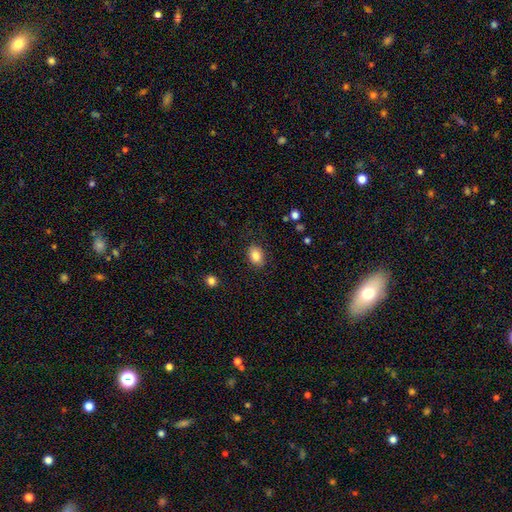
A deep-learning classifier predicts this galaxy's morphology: smooth_or_featured: smooth (p=0.84) [alt: star or artifact p=0.08]
how_rounded: in between (p=0.77) [alt: round p=0.22]
merging: none (p=0.86) [alt: minor disturbance p=0.10]